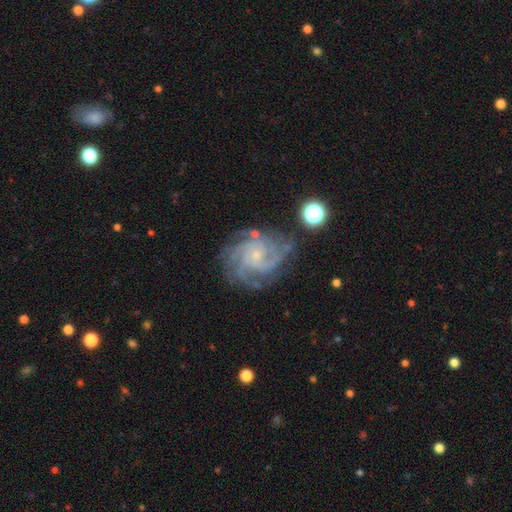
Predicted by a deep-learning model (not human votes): Overall: featured or disk (89%). Edge-on disk: no (98%). Bar: no (72%). Spiral arms: yes (98%). Spiral arm count: 4 (34%; 3 23%). Spiral winding: tight (61%; medium 34%). Bulge size: small (82%). Merging: none (72%).